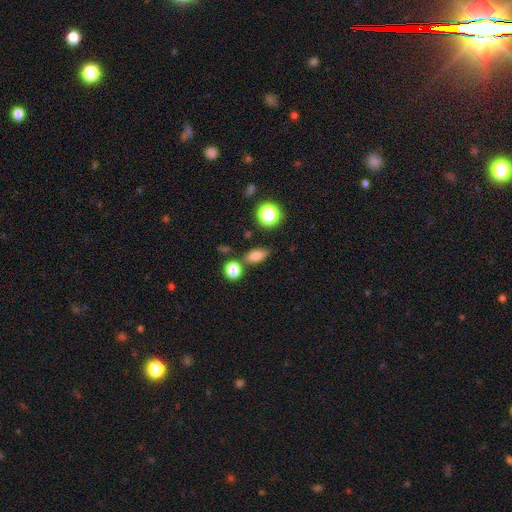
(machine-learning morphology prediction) smooth-or-featured: smooth: 77% | star or artifact: 14% | featured or disk: 10%
  how-rounded: in between: 70% | round: 17% | cigar-shaped: 14%
  merging: none: 74% | minor disturbance: 13% | merger: 10% | major disturbance: 4%